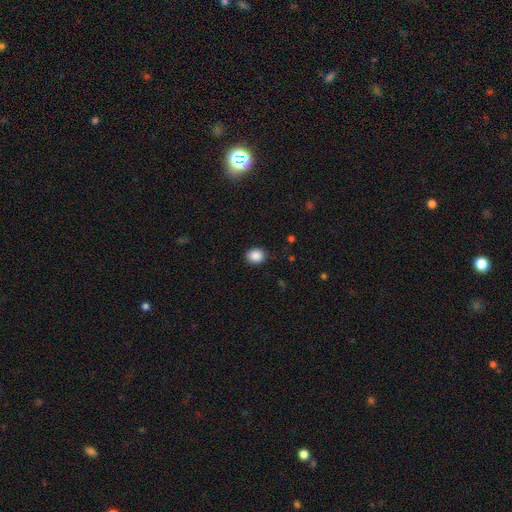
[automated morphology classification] The model was most divided on "how rounded": round: 65%, in between: 34%, cigar-shaped: 1%. More confident: merging — none (88%); smooth or featured — smooth (88%).